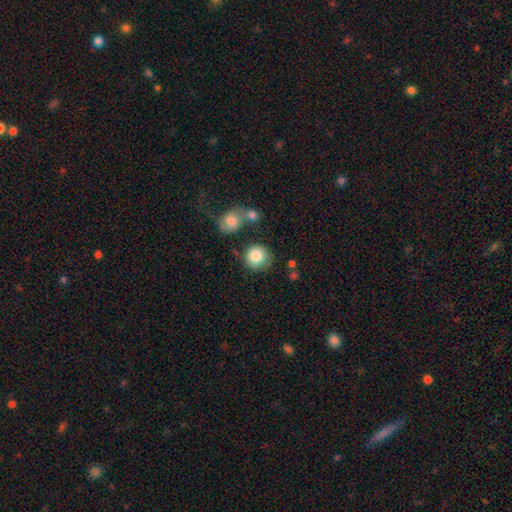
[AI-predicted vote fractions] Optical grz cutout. It shows a smooth galaxy with no disk features (84%) that is round (91%). Merging: none (71%).